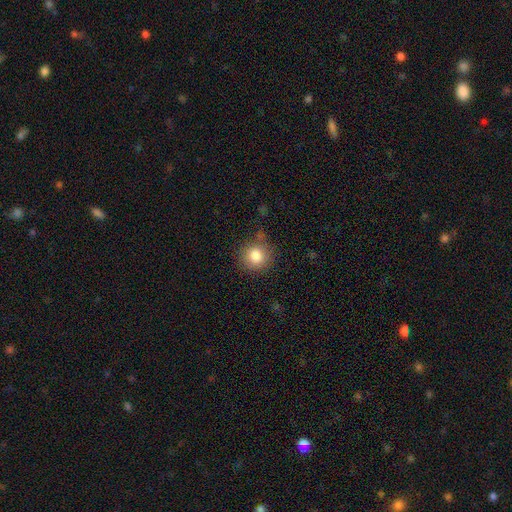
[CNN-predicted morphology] The model was most divided on "merging": none: 78%, minor disturbance: 14%, major disturbance: 5%, merger: 3%. More confident: how rounded — round (91%); smooth or featured — smooth (84%).